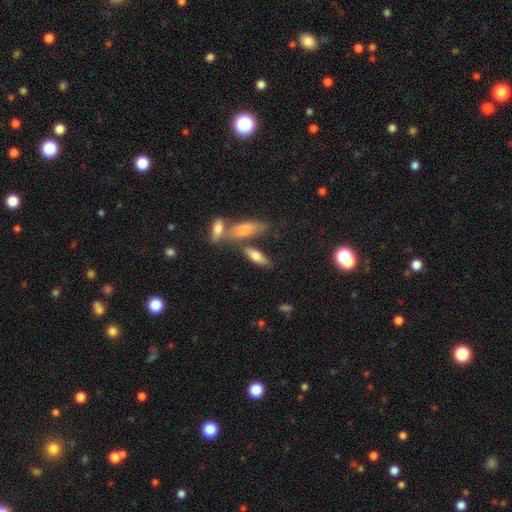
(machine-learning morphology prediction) Smooth or featured? smooth (70%)
How rounded? in between (63%)
Merging? none (52%)